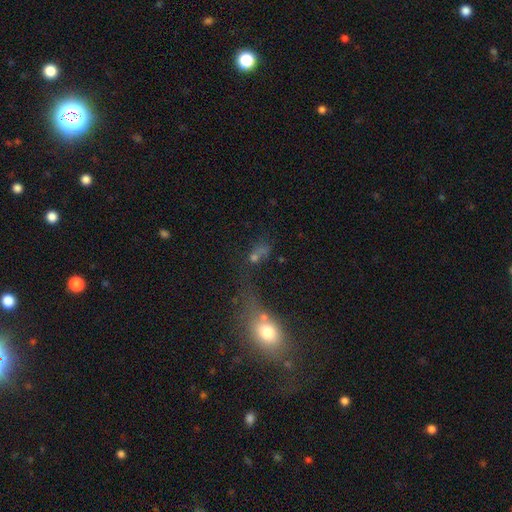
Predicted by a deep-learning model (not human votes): Smooth or featured: smooth — 50% (star or artifact — 31%)
Merging: none — 37% (merger — 31%)